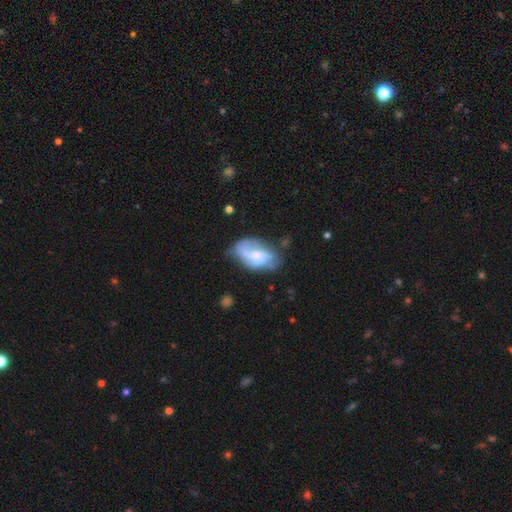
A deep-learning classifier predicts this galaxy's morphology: Smooth or featured: featured or disk — 68% (smooth — 25%)
Edge-on disk: no — 96% (yes — 4%)
Bar: no — 46% (weak — 43%)
Spiral arms: yes — 87% (no — 13%)
Spiral winding: medium — 42% (loose — 40%)
Spiral arm count: 2 — 62% (can't tell — 17%)
Bulge size: small — 51% (moderate — 31%)
Merging: none — 53% (minor disturbance — 28%)